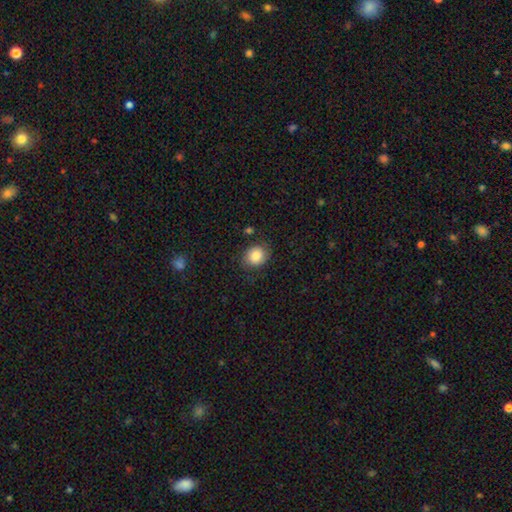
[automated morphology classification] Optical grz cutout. It shows a smooth galaxy with no disk features (81%) that is round (60%). Merging: none (74%).